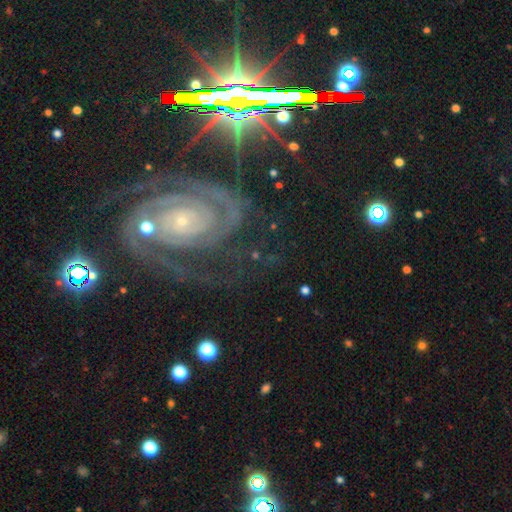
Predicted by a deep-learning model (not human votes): Smooth or featured?
  - featured or disk: 80% *
  - star or artifact: 11%
  - smooth: 8%
Edge-on disk?
  - no: 97% *
  - yes: 3%
Bar?
  - no: 69% *
  - weak: 19%
  - strong: 12%
Spiral arms?
  - yes: 96% *
  - no: 4%
Spiral winding?
  - tight: 74% *
  - medium: 20%
  - loose: 6%
Spiral arm count?
  - 2: 41% *
  - can't tell: 19%
  - 3: 15%
  - 4: 9%
  - more than 4: 8%
  - 1: 8%
Bulge size?
  - small: 81% *
  - moderate: 14%
  - none: 2%
  - large: 2%
  - dominant: 1%
Merging?
  - none: 68% *
  - minor disturbance: 16%
  - major disturbance: 12%
  - merger: 4%